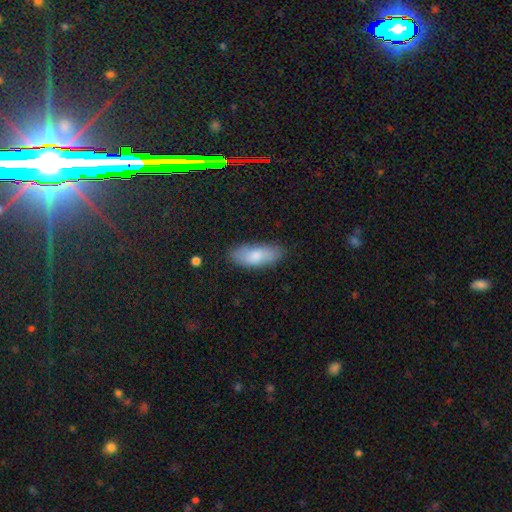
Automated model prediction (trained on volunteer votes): smooth_or_featured: smooth (p=0.79) [alt: featured or disk p=0.14]
how_rounded: in between (p=0.77) [alt: cigar-shaped p=0.21]
merging: none (p=0.81) [alt: minor disturbance p=0.15]